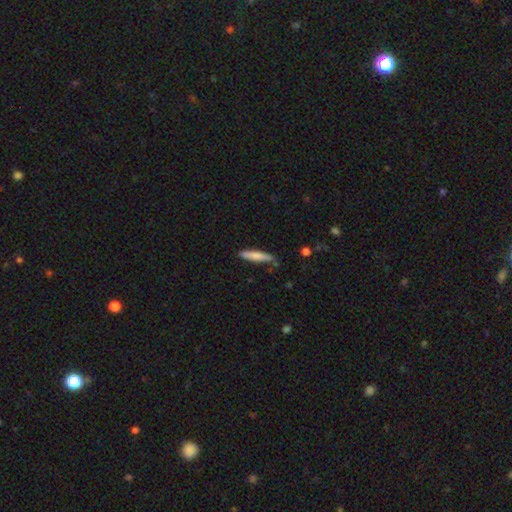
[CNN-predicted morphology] Smooth or featured?
  - smooth: 73% *
  - featured or disk: 21%
  - star or artifact: 5%
How rounded?
  - cigar-shaped: 91% *
  - in between: 8%
  - round: 1%
Merging?
  - none: 80% *
  - minor disturbance: 15%
  - merger: 3%
  - major disturbance: 2%